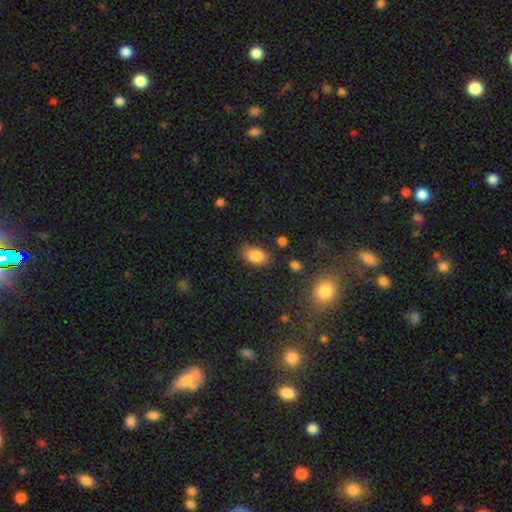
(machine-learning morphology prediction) Smooth or featured? smooth (85%)
How rounded? in between (86%)
Merging? none (79%)